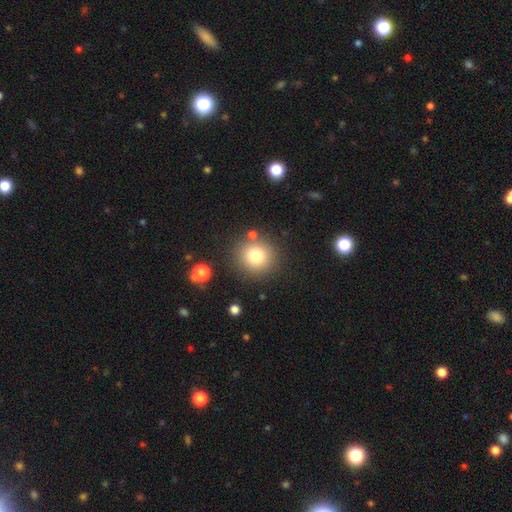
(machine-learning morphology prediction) A smooth galaxy with no disk features (77%) that is round (91%).

Vote fractions:
- Smooth or featured? smooth: 77% / star or artifact: 13% / featured or disk: 10%
- How rounded? round: 91% / in between: 8% / cigar-shaped: 1%
- Merging? none: 83% / minor disturbance: 8% / merger: 6% / major disturbance: 3%